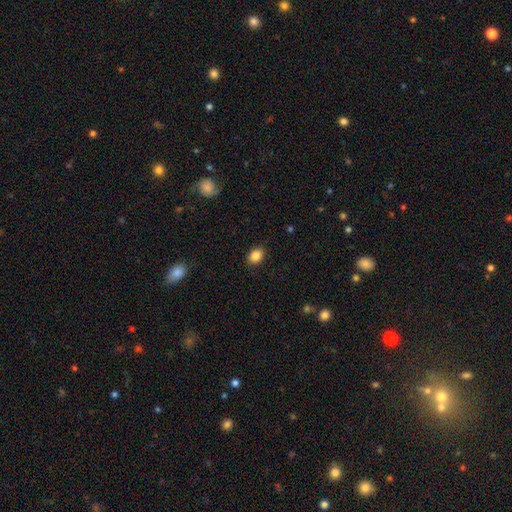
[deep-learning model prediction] The model was most divided on "how rounded": in between: 62%, round: 37%, cigar-shaped: 1%. More confident: merging — none (88%); smooth or featured — smooth (87%).